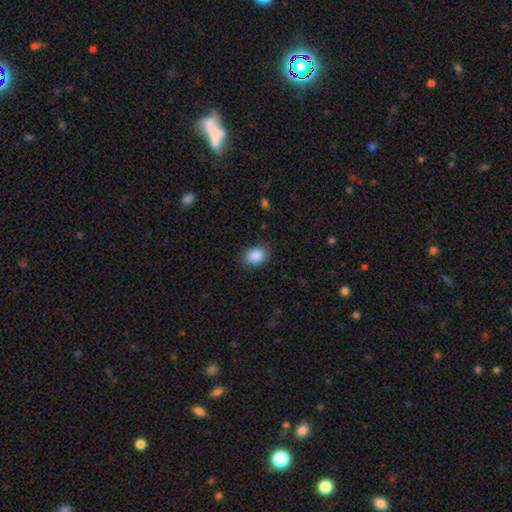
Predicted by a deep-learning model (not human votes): Smooth or featured? Predicted: smooth (p=0.89). How rounded? Predicted: in between (p=0.64). Merging? Predicted: none (p=0.85).